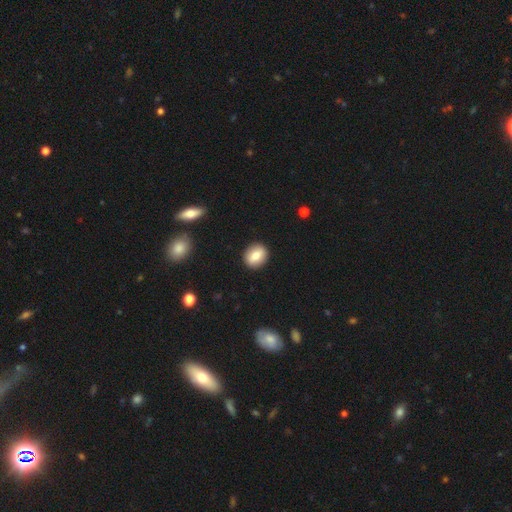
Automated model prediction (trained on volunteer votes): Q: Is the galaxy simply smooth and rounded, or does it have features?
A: smooth — 76%.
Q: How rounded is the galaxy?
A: round — 69%.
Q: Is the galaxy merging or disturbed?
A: none — 91%.